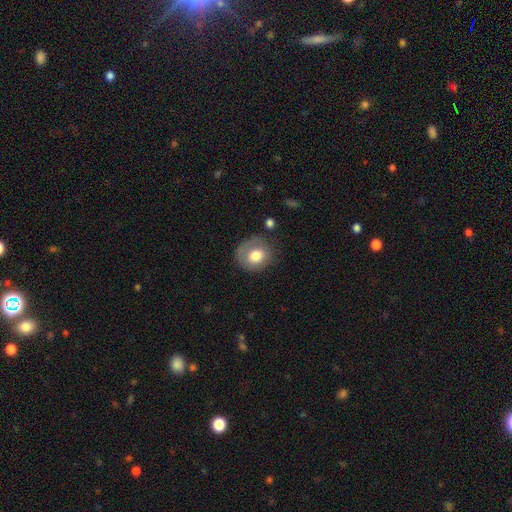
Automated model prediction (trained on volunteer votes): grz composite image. It shows a smooth galaxy with no disk features (73%) that is round (78%). Merging: none (62%).